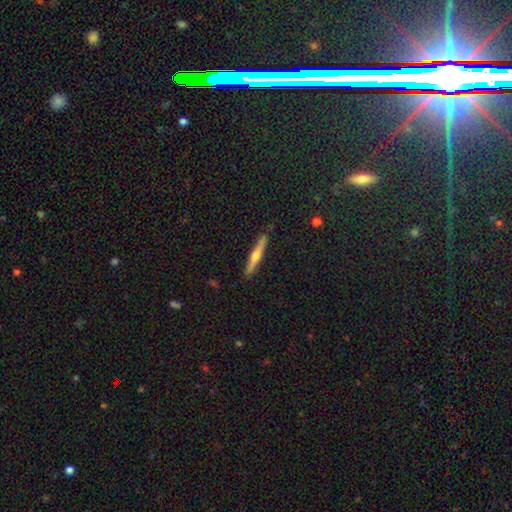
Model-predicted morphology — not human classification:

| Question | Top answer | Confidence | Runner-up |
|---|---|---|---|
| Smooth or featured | featured or disk | 59% | smooth (35%) |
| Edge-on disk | yes | 97% | no (3%) |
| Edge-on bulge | rounded | 86% | none (9%) |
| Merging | none | 88% | minor disturbance (9%) |